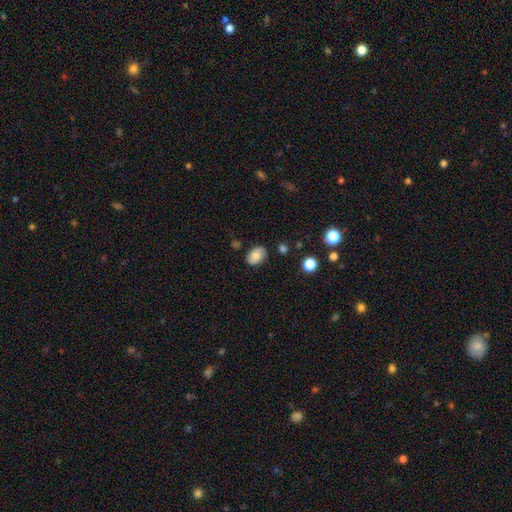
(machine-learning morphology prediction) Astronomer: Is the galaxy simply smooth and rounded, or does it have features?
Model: smooth — 72%.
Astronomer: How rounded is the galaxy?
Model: in between — 79%.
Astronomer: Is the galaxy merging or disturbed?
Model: none — 76%.